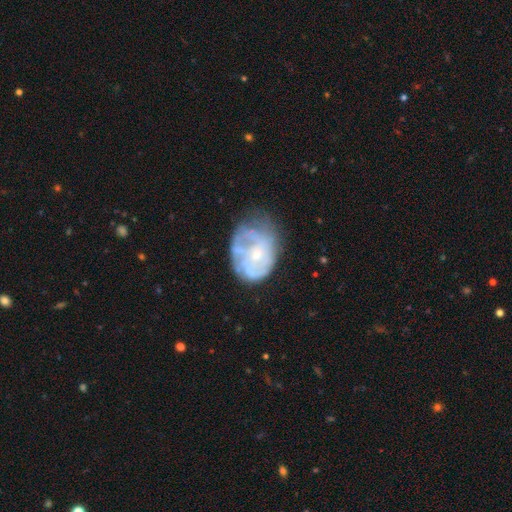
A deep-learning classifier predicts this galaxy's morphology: Smooth or featured? Predicted: featured or disk (p=0.67). Edge-on disk? Predicted: no (p=0.97). Bar? Predicted: no (p=0.78). Spiral arms? Predicted: yes (p=0.59). Bulge size? Predicted: small (p=0.61). Merging? Predicted: none (p=0.43).